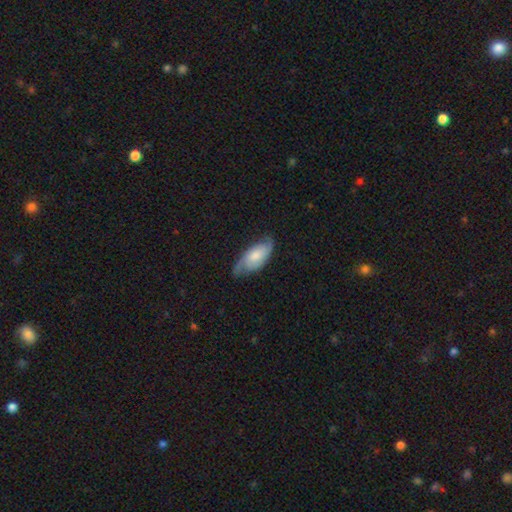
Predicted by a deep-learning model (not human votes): This is likely a featured or disk galaxy (62%). It is clearly not viewed edge-on (91%). Bar: likely no (65%). Spiral arm pattern: clearly yes (91%). Spiral arm count: likely 2 (72%). Spiral winding: marginally medium (42%). Central bulge: marginally moderate (45%). Merging: likely none (64%).